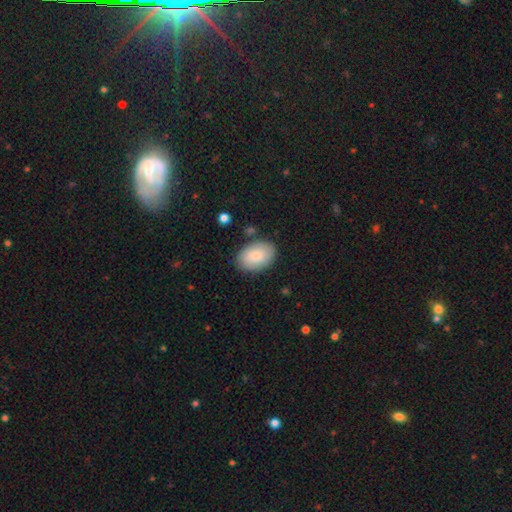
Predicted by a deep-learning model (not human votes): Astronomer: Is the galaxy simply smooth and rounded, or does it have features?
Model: smooth — 81%.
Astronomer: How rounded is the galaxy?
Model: in between — 88%.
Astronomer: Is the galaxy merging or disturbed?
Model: none — 82%.